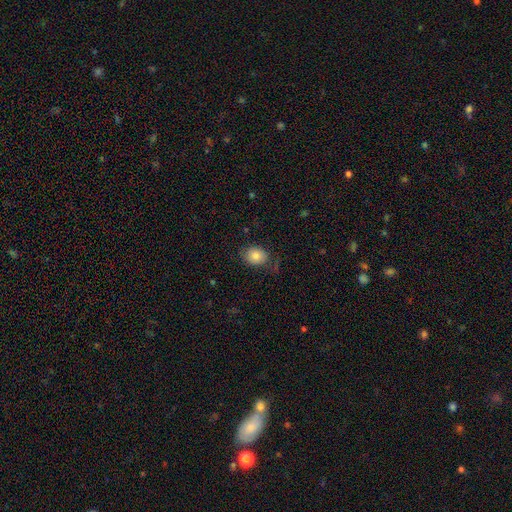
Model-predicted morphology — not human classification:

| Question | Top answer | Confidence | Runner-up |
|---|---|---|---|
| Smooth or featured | smooth | 82% | featured or disk (9%) |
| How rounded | in between | 54% | round (45%) |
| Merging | none | 72% | minor disturbance (19%) |